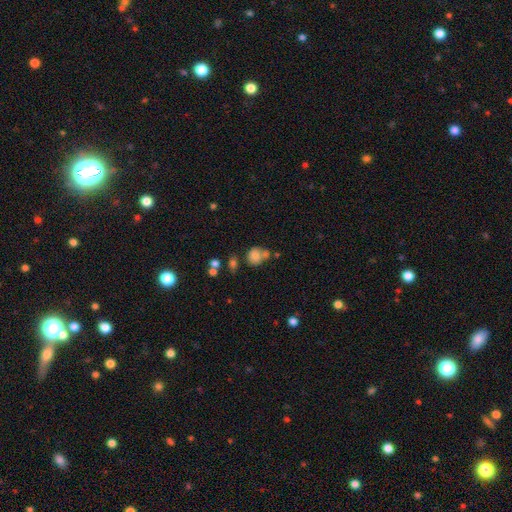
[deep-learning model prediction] Overall: smooth (79%). How rounded: round (67%; in between 32%). Merging: none (42%; merger 32%).